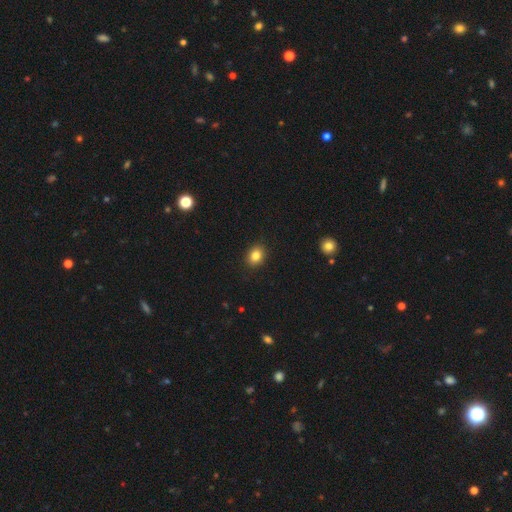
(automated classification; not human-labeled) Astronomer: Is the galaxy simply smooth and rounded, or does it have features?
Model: smooth — 84%.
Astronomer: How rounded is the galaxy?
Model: in between — 53% (runner-up: round, 46%).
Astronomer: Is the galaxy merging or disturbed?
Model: none — 90%.